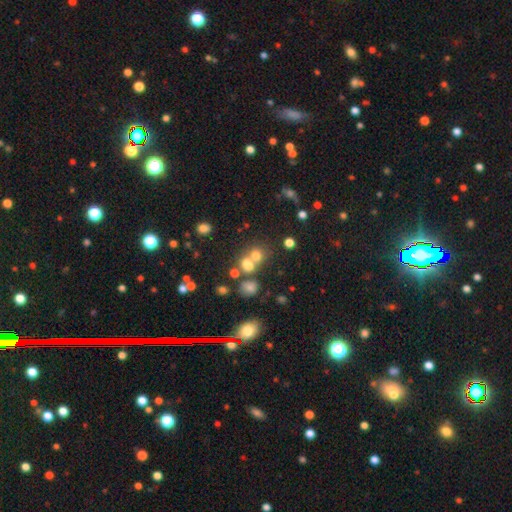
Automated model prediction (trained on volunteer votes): Morphology: type=smooth (68%); roundness=round (75%); merging=none (44%).